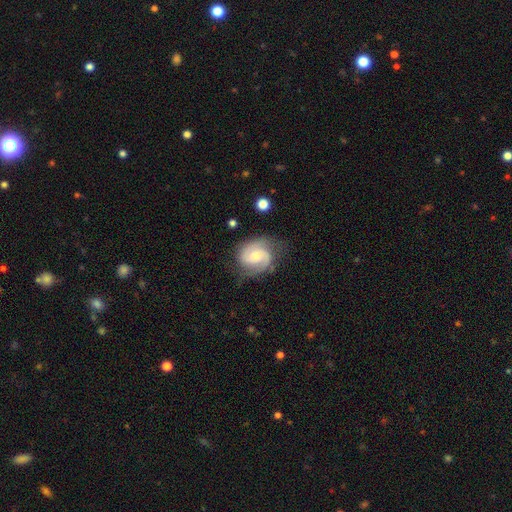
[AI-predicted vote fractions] A featured or disk galaxy (82%) with no bar (54%), 2 (84%) medium (49%) spiral arms (96%) and a small central bulge (47%). Merging: none (69%).